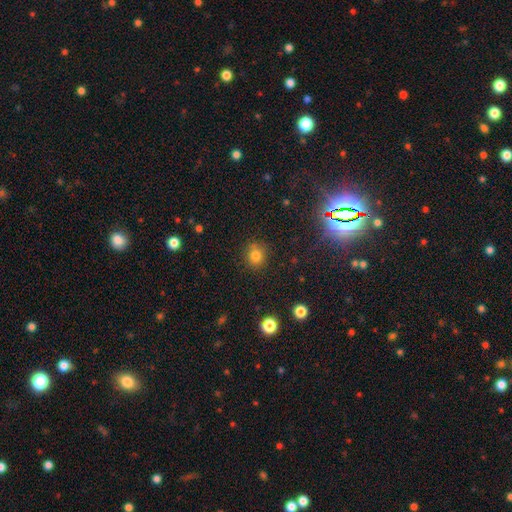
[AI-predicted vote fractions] The model was most divided on "smooth or featured": smooth: 79%, star or artifact: 15%, featured or disk: 6%. More confident: how rounded — round (84%); merging — none (82%).